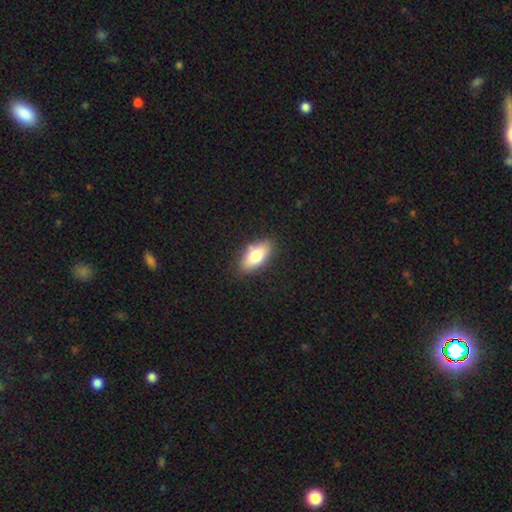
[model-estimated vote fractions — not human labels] smooth_or_featured: smooth (p=0.76) [alt: featured or disk p=0.17]
how_rounded: in between (p=0.87) [alt: cigar-shaped p=0.09]
merging: none (p=0.84) [alt: minor disturbance p=0.11]